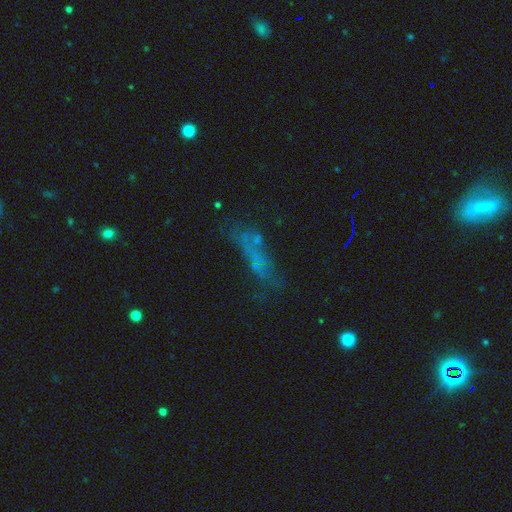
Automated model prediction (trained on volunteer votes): Smooth or featured? smooth (44%)
Merging? none (50%)